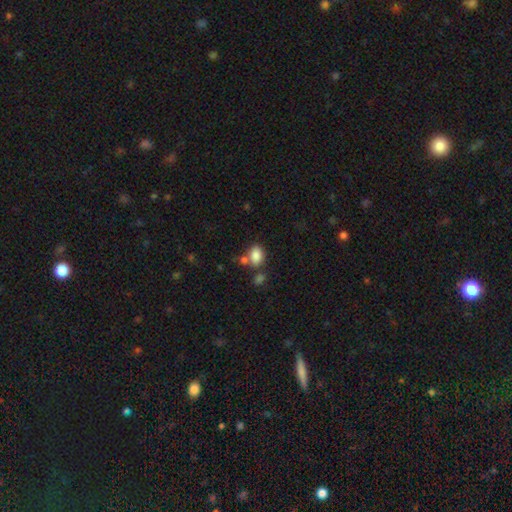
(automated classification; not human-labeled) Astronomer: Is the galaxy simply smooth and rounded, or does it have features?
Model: smooth — 84%.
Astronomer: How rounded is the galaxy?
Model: in between — 77%.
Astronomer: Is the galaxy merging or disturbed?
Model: none — 56%.